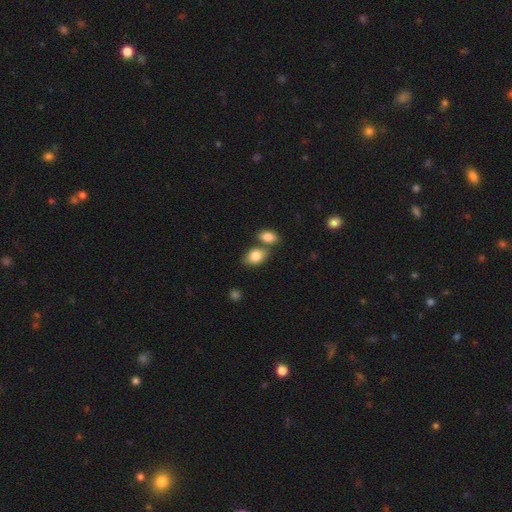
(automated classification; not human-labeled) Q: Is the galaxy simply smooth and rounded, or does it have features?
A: smooth — 83%.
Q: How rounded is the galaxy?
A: in between — 84%.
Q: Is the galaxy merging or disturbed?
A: none — 52%.